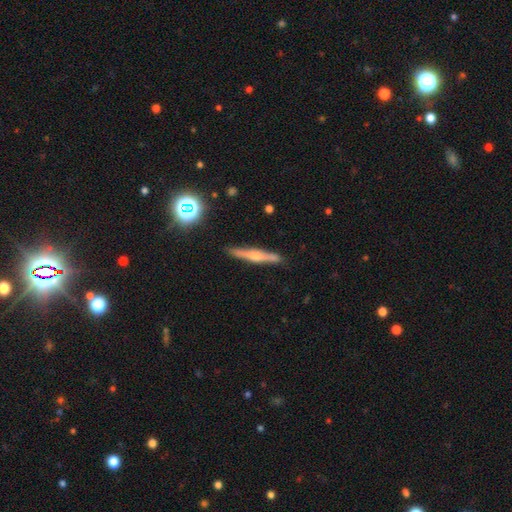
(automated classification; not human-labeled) This is possibly a featured or disk galaxy (60%). It is clearly viewed edge-on (96%). Edge-on bulge: likely rounded (75%). Merging: clearly none (88%).